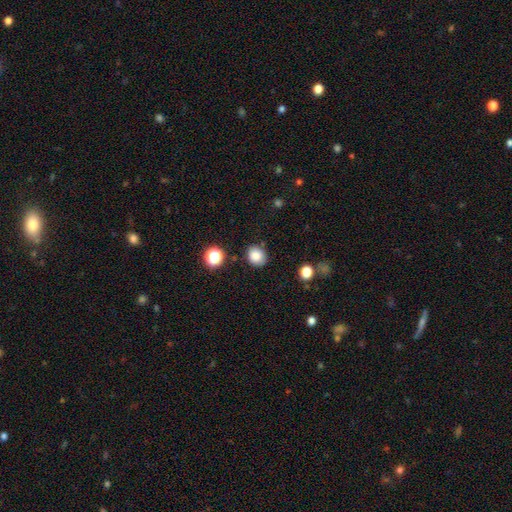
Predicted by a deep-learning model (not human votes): Q: Smooth or featured?
A: smooth (83%); runner-up: star or artifact (11%)
Q: How rounded?
A: round (71%); runner-up: in between (29%)
Q: Merging?
A: none (81%); runner-up: minor disturbance (13%)